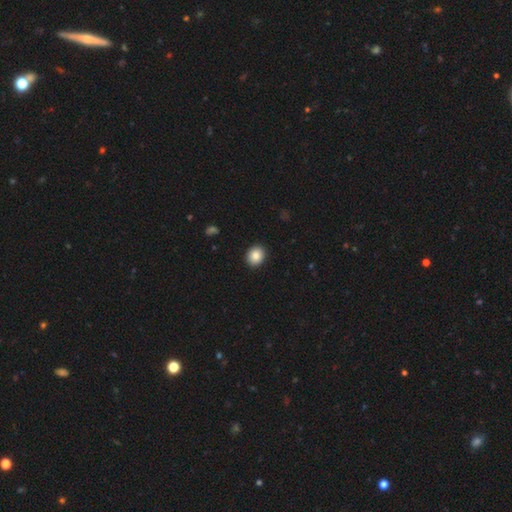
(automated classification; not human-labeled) Overall: smooth (85%). How rounded: round (65%; in between 34%). Merging: none (92%).